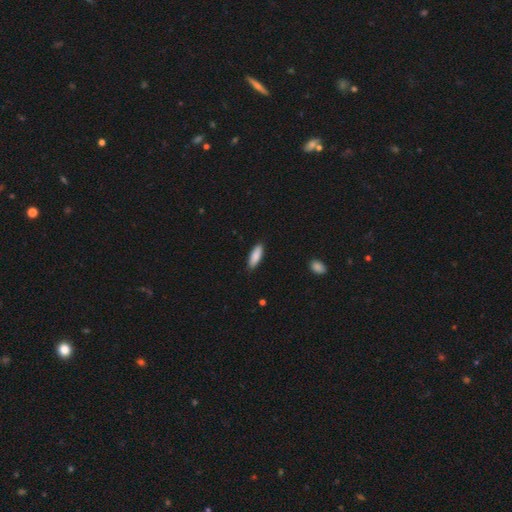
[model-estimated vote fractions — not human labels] Smooth or featured? smooth (88%)
How rounded? in between (56%)
Merging? none (87%)